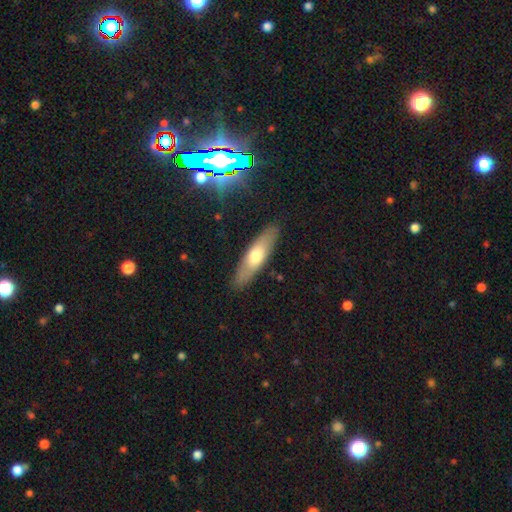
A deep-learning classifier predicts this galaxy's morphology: smooth 55%, featured or disk 39%, star or artifact 6%. Down the decision tree: how rounded — cigar-shaped (63%); merging — none (88%).